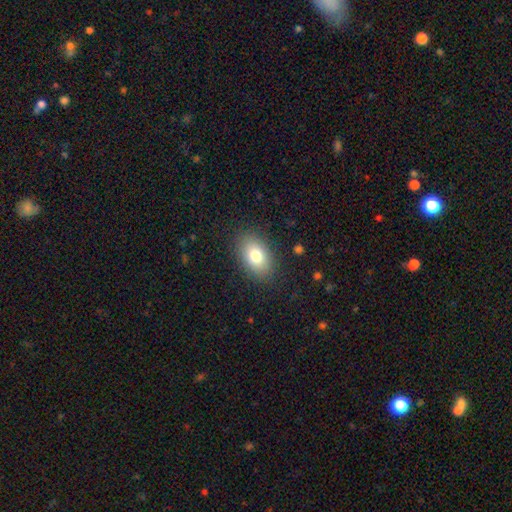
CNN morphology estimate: The model was most divided on "smooth or featured": smooth: 79%, featured or disk: 12%, star or artifact: 9%. More confident: merging — none (86%); how rounded — in between (86%).